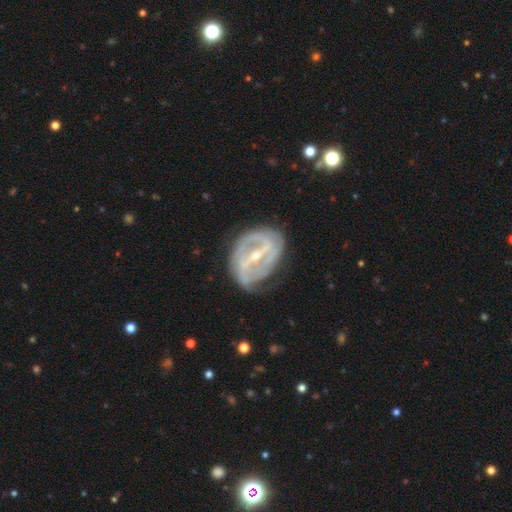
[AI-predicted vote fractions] A featured or disk galaxy (86%) with a strong bar (74%), 2 (59%) tight (45%) spiral arms (82%) and a small central bulge (65%). Merging: none (64%).